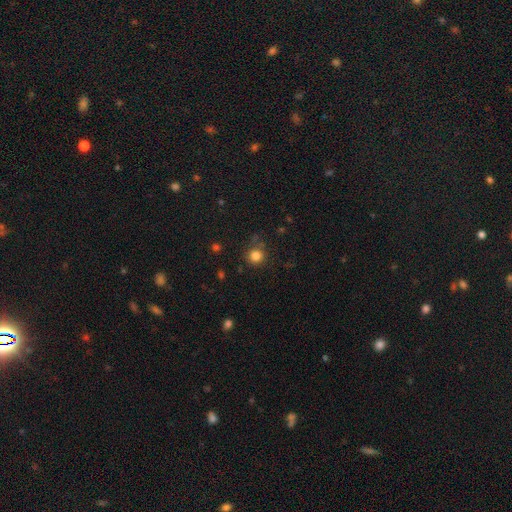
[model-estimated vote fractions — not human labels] Smooth or featured? smooth (82%)
How rounded? round (92%)
Merging? none (80%)